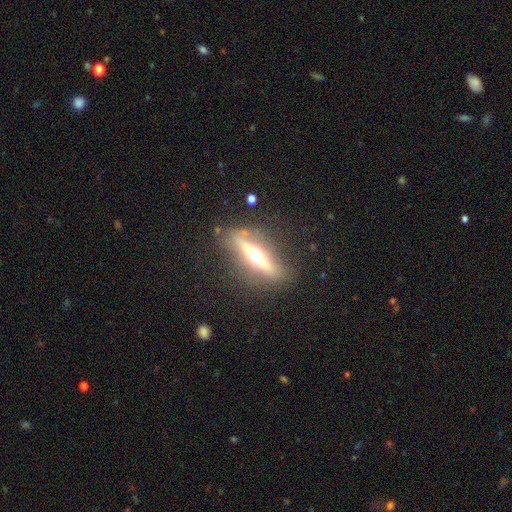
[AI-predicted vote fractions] Morphology: type=featured or disk (72%); edge-on=yes (92%); edge-on bulge=rounded (95%); merging=none (84%).